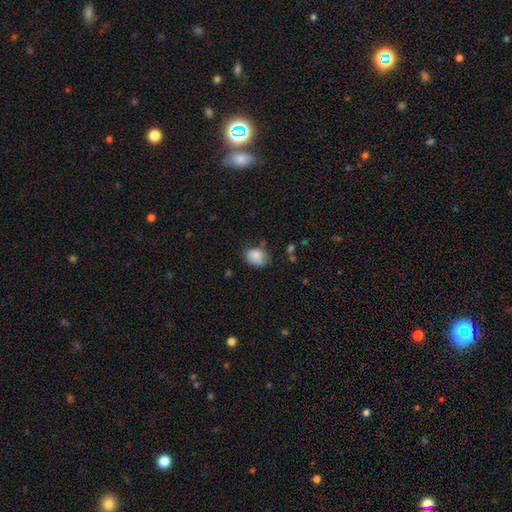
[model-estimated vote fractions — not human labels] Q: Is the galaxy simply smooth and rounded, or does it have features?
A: smooth — 84%.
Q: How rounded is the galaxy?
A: in between — 61%.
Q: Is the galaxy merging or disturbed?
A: none — 61%.